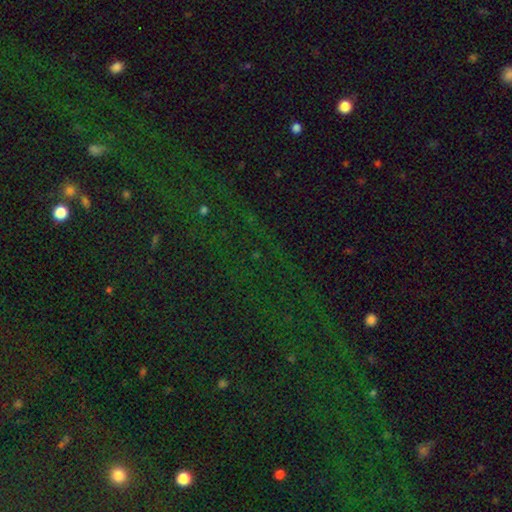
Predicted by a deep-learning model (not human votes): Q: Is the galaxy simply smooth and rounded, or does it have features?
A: star or artifact — 78%.